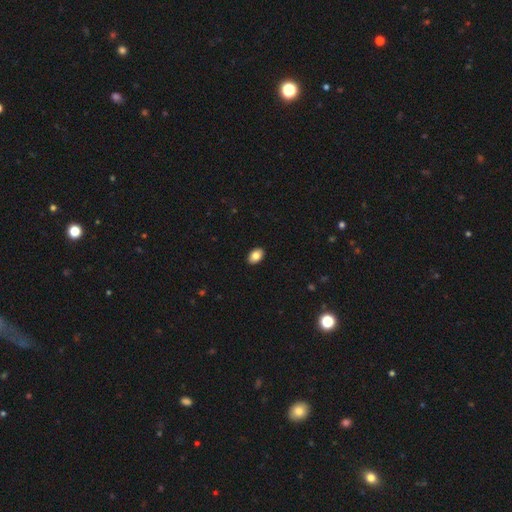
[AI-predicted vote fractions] Smooth or featured?
  - smooth: 84% *
  - featured or disk: 8%
  - star or artifact: 8%
How rounded?
  - in between: 88% *
  - round: 11%
  - cigar-shaped: 1%
Merging?
  - none: 91% *
  - minor disturbance: 6%
  - major disturbance: 2%
  - merger: 1%